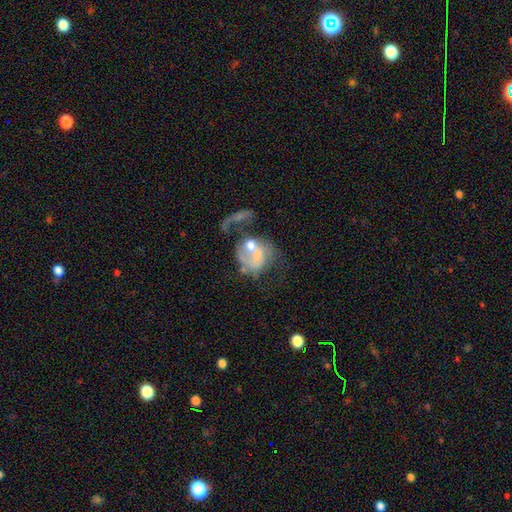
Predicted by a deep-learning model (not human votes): Q: Smooth or featured?
A: featured or disk (58%); runner-up: smooth (32%)
Q: Edge-on disk?
A: no (97%); runner-up: yes (3%)
Q: Bar?
A: no (76%); runner-up: weak (19%)
Q: Spiral arms?
A: no (52%); runner-up: yes (48%)
Q: Bulge size?
A: moderate (42%); runner-up: small (30%)
Q: Merging?
A: merger (36%); runner-up: major disturbance (34%)